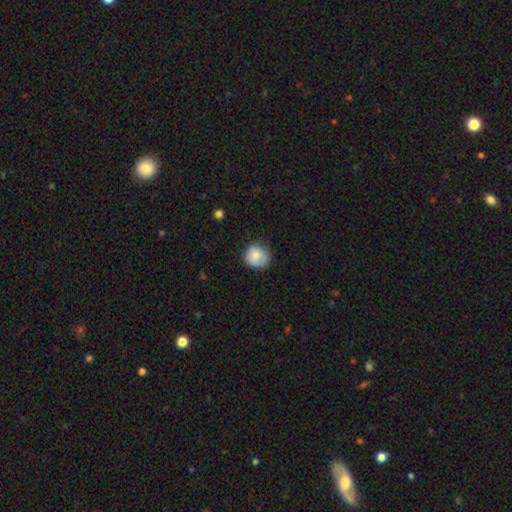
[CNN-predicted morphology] A smooth galaxy with no disk features (78%) that is round (86%).

Vote fractions:
- Smooth or featured? smooth: 78% / featured or disk: 15% / star or artifact: 8%
- How rounded? round: 86% / in between: 13% / cigar-shaped: 1%
- Merging? none: 70% / minor disturbance: 24% / major disturbance: 5% / merger: 1%